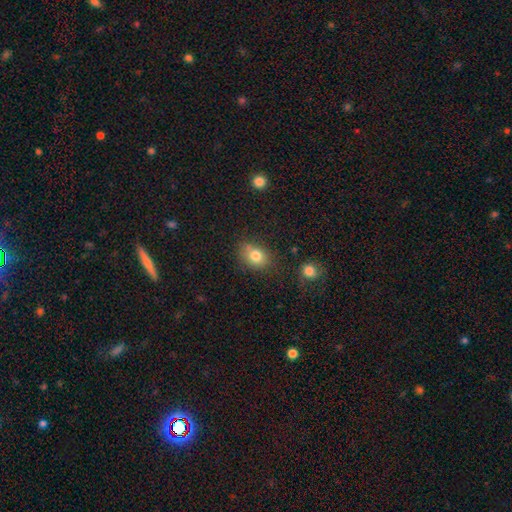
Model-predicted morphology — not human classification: Smooth or featured: smooth — 80% (star or artifact — 11%)
How rounded: in between — 54% (round — 45%)
Merging: none — 67% (minor disturbance — 20%)